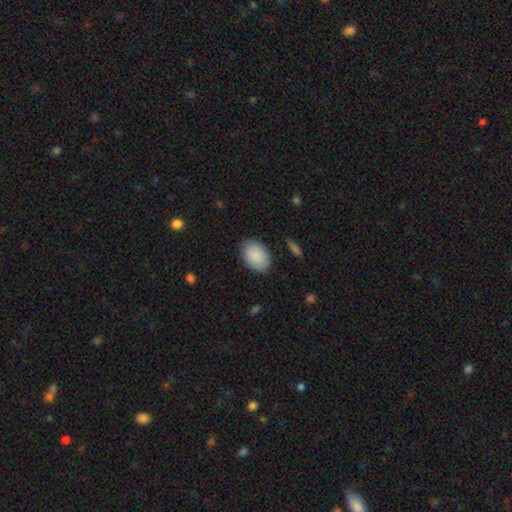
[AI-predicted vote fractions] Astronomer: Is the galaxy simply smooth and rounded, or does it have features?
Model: smooth — 89%.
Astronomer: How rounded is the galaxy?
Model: in between — 85%.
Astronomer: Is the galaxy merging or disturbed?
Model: none — 85%.